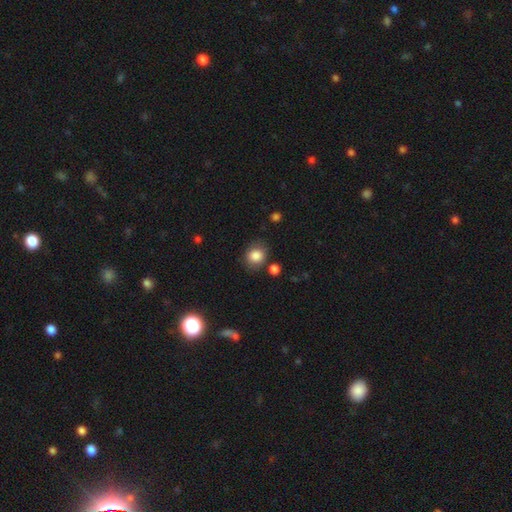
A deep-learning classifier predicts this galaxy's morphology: This is clearly a smooth galaxy (85%). How rounded: likely round (68%). Merging: likely none (74%).